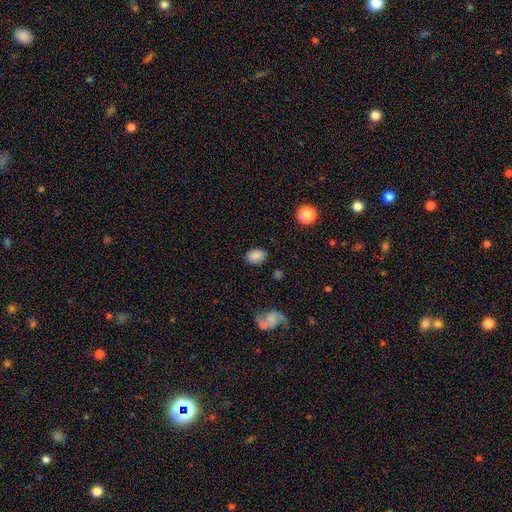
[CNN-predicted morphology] The model was most divided on "how rounded": in between: 79%, round: 19%, cigar-shaped: 1%. More confident: smooth or featured — smooth (84%); merging — none (81%).